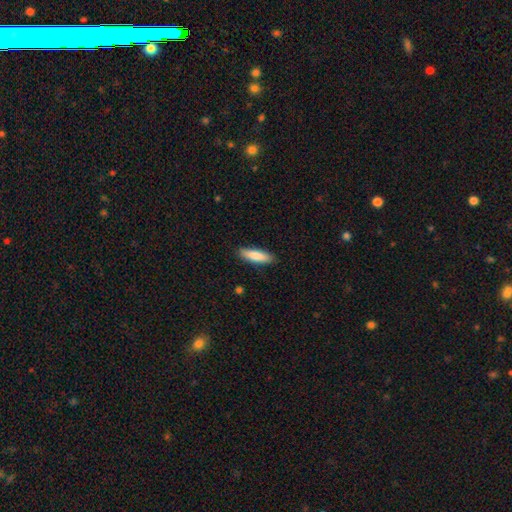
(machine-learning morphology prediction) smooth-or-featured: smooth: 82% | featured or disk: 12% | star or artifact: 6%
  how-rounded: cigar-shaped: 58% | in between: 41% | round: 2%
  merging: none: 88% | minor disturbance: 9% | major disturbance: 2% | merger: 1%